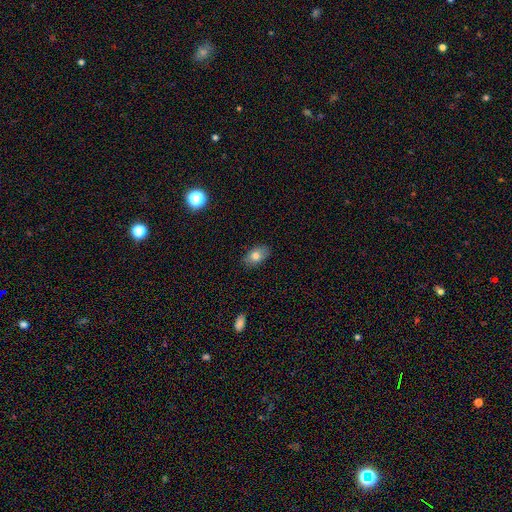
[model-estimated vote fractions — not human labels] Smooth or featured? Predicted: smooth (p=0.78). How rounded? Predicted: in between (p=0.88). Merging? Predicted: none (p=0.84).